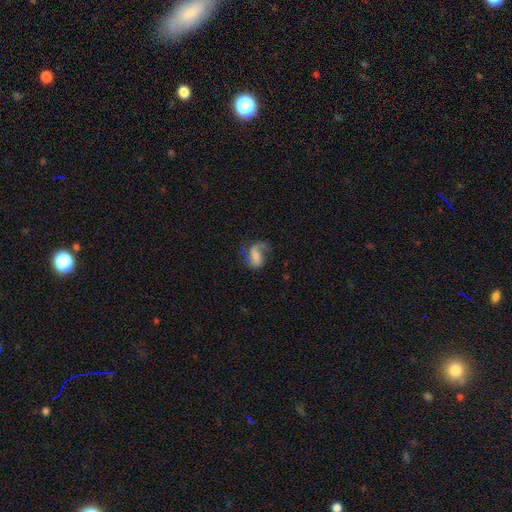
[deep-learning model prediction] smooth_or_featured: featured or disk (p=0.64) [alt: smooth p=0.27]
disk_edge_on: no (p=0.97) [alt: yes p=0.03]
bar: weak (p=0.41) [alt: no p=0.32]
has_spiral_arms: yes (p=0.88) [alt: no p=0.12]
spiral_winding: loose (p=0.49) [alt: medium p=0.38]
spiral_arm_count: 2 (p=0.69) [alt: 1 p=0.22]
bulge_size: small (p=0.32) [tied with: none p=0.32]
merging: none (p=0.49) [alt: major disturbance p=0.26]